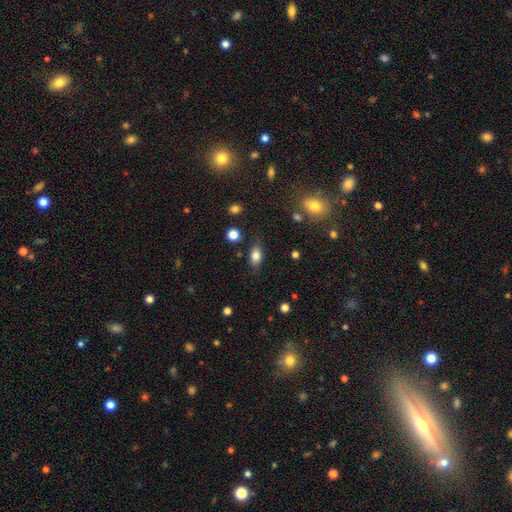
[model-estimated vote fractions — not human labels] smooth 82%, star or artifact 10%, featured or disk 9%. Down the decision tree: how rounded — in between (83%); merging — none (80%).